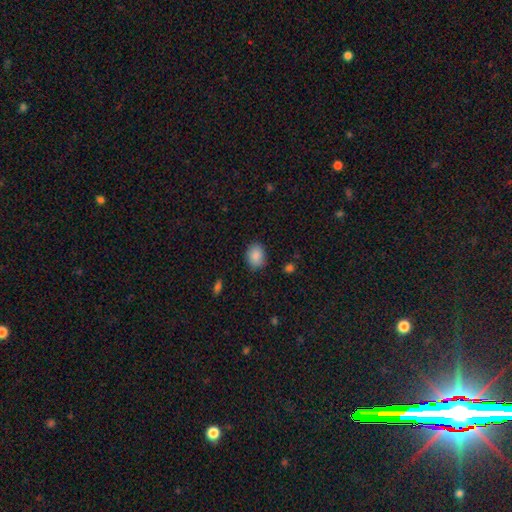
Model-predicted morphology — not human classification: smooth-or-featured: smooth: 88% | star or artifact: 8% | featured or disk: 4%
  how-rounded: in between: 58% | round: 41% | cigar-shaped: 1%
  merging: none: 82% | minor disturbance: 14% | major disturbance: 3% | merger: 1%